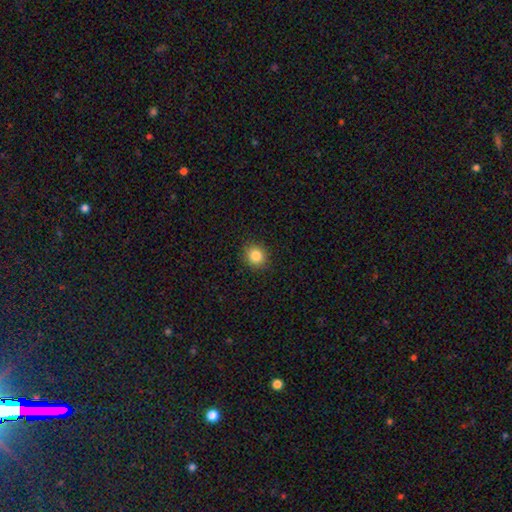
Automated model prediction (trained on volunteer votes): Smooth or featured? Predicted: smooth (p=0.85). How rounded? Predicted: round (p=0.83). Merging? Predicted: none (p=0.91).